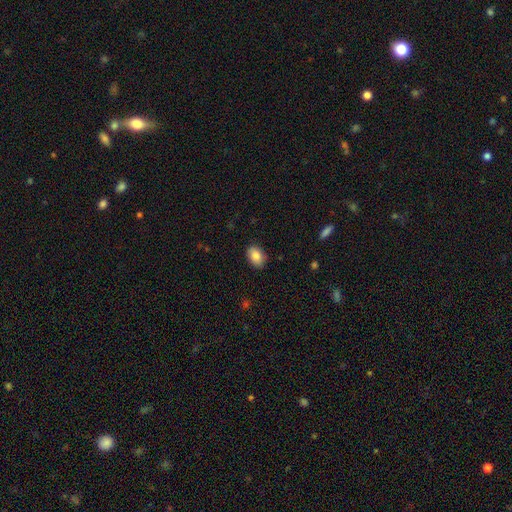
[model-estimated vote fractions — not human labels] Smooth or featured? smooth (86%)
How rounded? in between (83%)
Merging? none (87%)